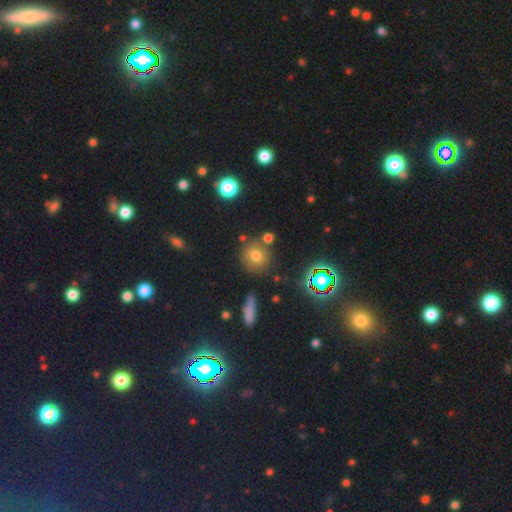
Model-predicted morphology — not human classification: Q: Smooth or featured?
A: smooth (66%); runner-up: star or artifact (23%)
Q: How rounded?
A: round (87%); runner-up: in between (11%)
Q: Merging?
A: none (77%); runner-up: minor disturbance (10%)